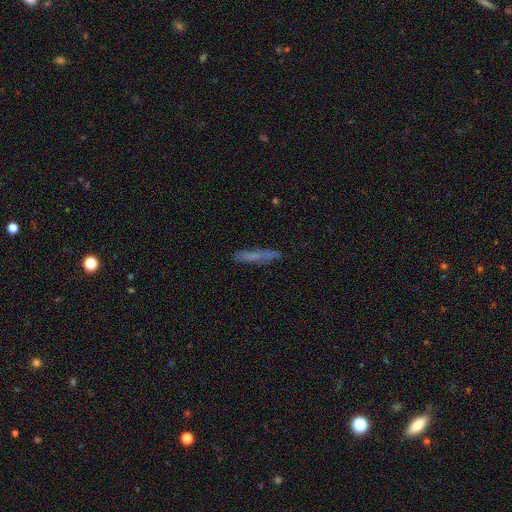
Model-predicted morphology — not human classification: A smooth galaxy with no disk features (55%) that is cigar-shaped (89%). Merging: none (80%).